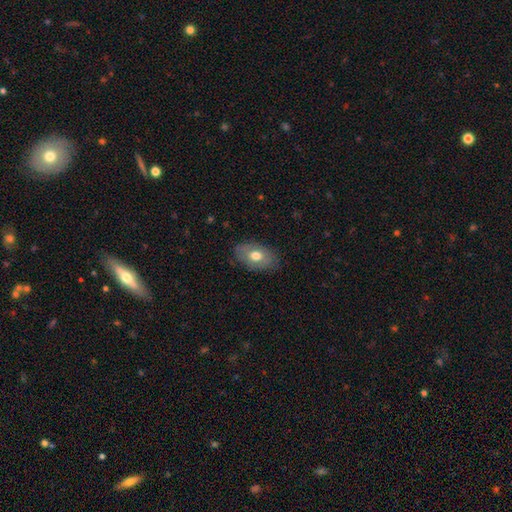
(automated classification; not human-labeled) This appears to be a smooth galaxy with no disk features (66%) that is in between round and cigar-shaped (88%). Merging: none (79%).